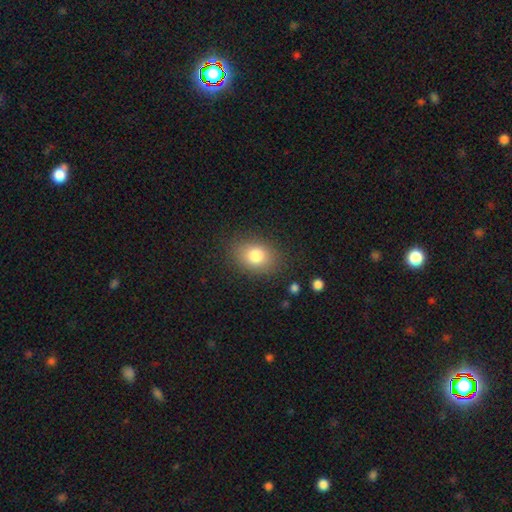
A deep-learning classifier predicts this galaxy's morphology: This appears to be a smooth galaxy with no disk features (81%) that is in between round and cigar-shaped (66%). Merging: none (83%).